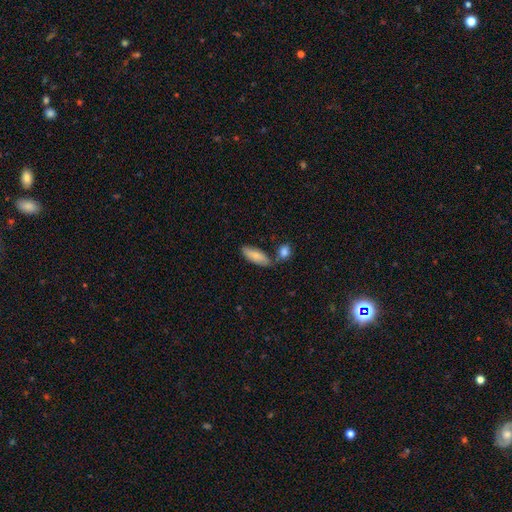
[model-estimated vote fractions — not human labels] This appears to be a smooth galaxy with no disk features (81%) that is in between round and cigar-shaped (68%). Merging: none (65%).